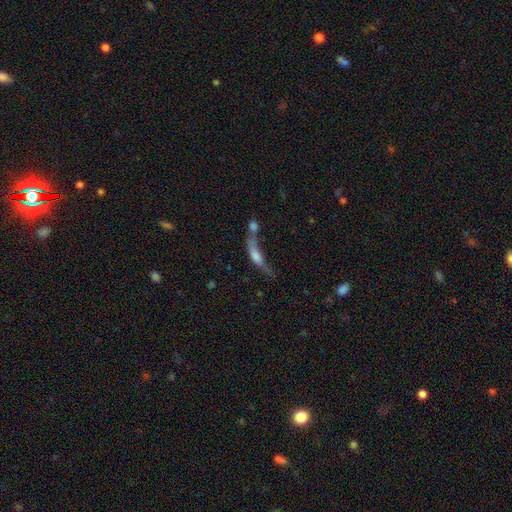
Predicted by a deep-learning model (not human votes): Overall: smooth (48%; featured or disk 41%). Merging: merger (53%; major disturbance 18%).